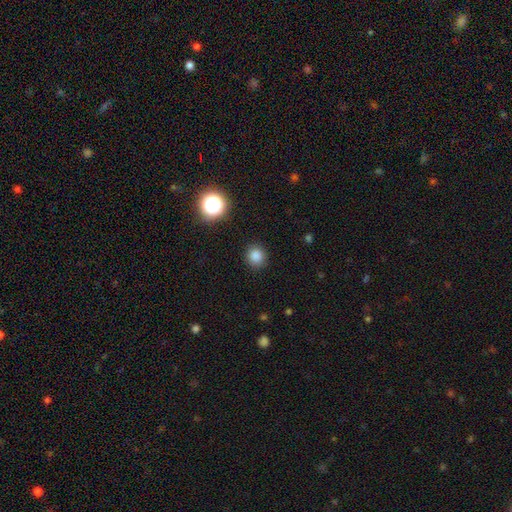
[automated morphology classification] Q: Smooth or featured?
A: smooth (83%); runner-up: star or artifact (13%)
Q: How rounded?
A: round (87%); runner-up: in between (12%)
Q: Merging?
A: none (90%); runner-up: minor disturbance (7%)